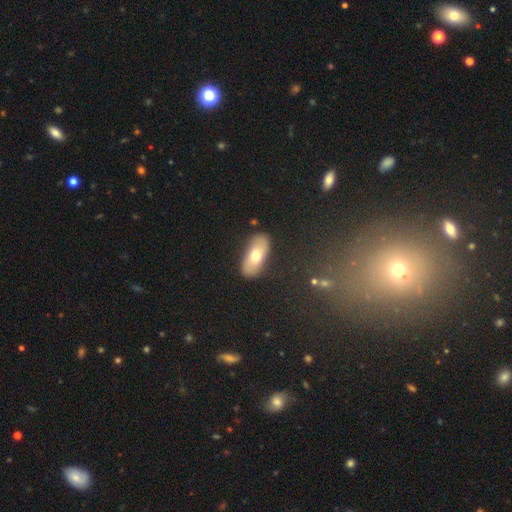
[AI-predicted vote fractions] A smooth galaxy with no disk features (65%) that is in between round and cigar-shaped (87%).

Vote fractions:
- Smooth or featured? smooth: 65% / featured or disk: 29% / star or artifact: 7%
- How rounded? in between: 87% / cigar-shaped: 9% / round: 4%
- Merging? none: 84% / minor disturbance: 11% / major disturbance: 3% / merger: 2%